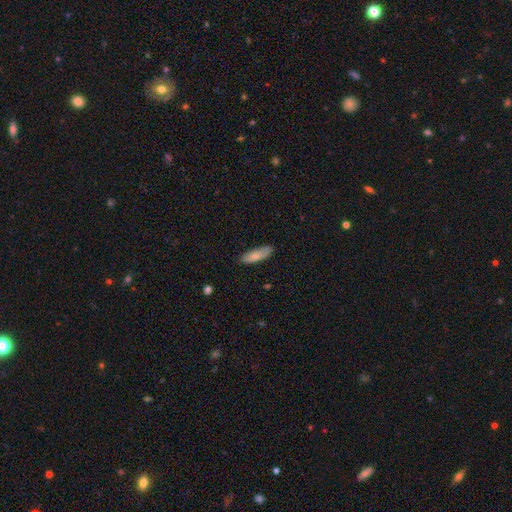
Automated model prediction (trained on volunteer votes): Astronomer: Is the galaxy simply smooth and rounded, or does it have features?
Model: smooth — 80%.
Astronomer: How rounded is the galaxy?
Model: in between — 53% (runner-up: cigar-shaped, 45%).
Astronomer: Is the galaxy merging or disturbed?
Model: none — 81%.